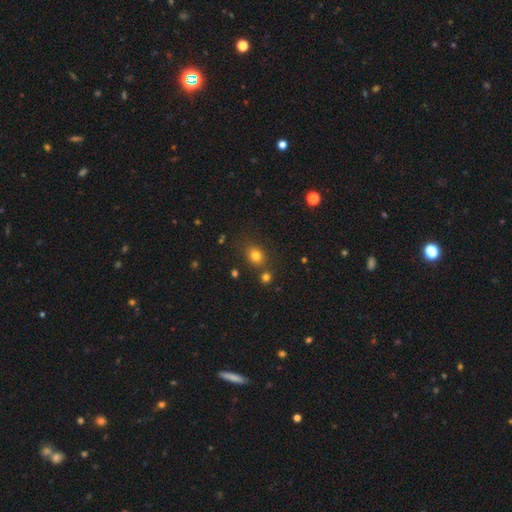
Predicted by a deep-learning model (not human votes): This appears to be a smooth galaxy with no disk features (78%) that is round (61%). Merging: none (74%).